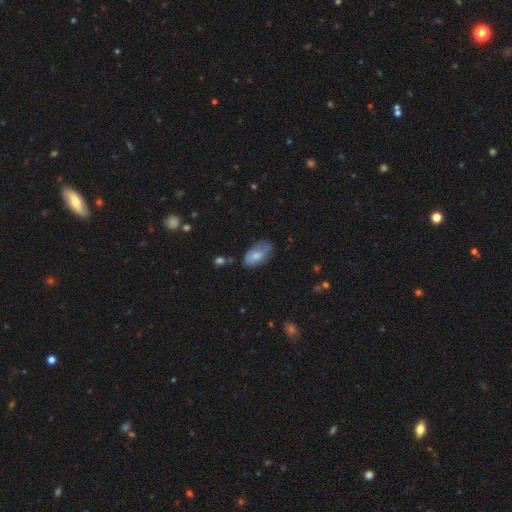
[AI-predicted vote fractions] A smooth galaxy with no disk features (76%) that is in between round and cigar-shaped (93%). Merging: none (58%).